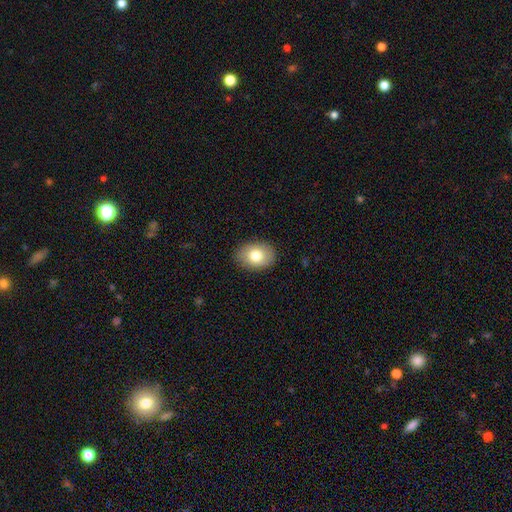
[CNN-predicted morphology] Smooth or featured? Predicted: smooth (p=0.78). How rounded? Predicted: in between (p=0.72). Merging? Predicted: none (p=0.87).